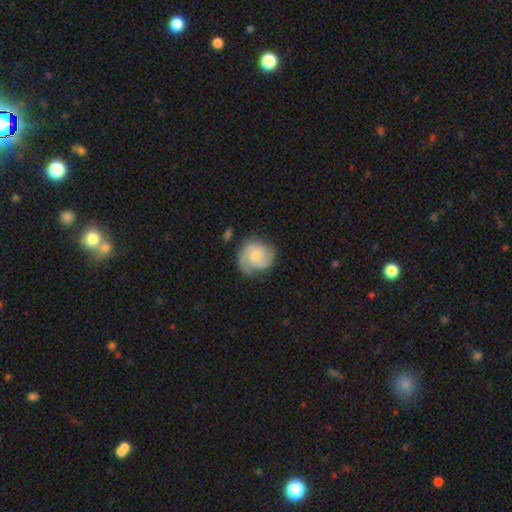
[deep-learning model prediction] Smooth or featured? Predicted: featured or disk (p=0.67). Edge-on disk? Predicted: no (p=0.98). Bar? Predicted: no (p=0.61). Spiral arms? Predicted: yes (p=0.93). Spiral winding? Predicted: tight (p=0.43). Spiral arm count? Predicted: 2 (p=0.67). Bulge size? Predicted: small (p=0.45). Merging? Predicted: none (p=0.70).